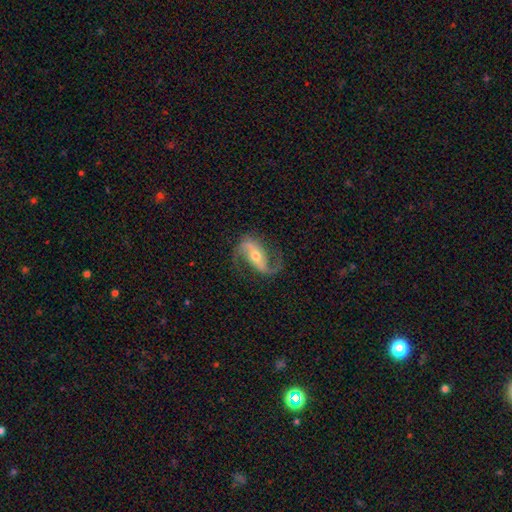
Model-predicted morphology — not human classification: Smooth or featured? Predicted: featured or disk (p=0.87). Edge-on disk? Predicted: no (p=0.96). Bar? Predicted: strong (p=0.39). Spiral arms? Predicted: yes (p=0.96). Spiral winding? Predicted: loose (p=0.56). Spiral arm count? Predicted: 2 (p=0.91). Bulge size? Predicted: moderate (p=0.62). Merging? Predicted: none (p=0.74).